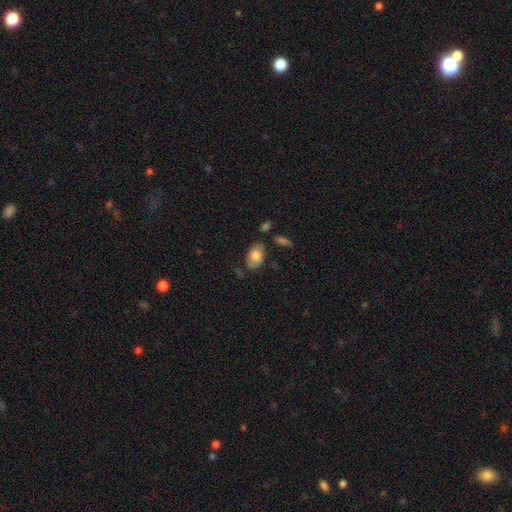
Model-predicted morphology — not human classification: This is likely a smooth galaxy (73%). How rounded: clearly in between (91%). Merging: likely none (72%).